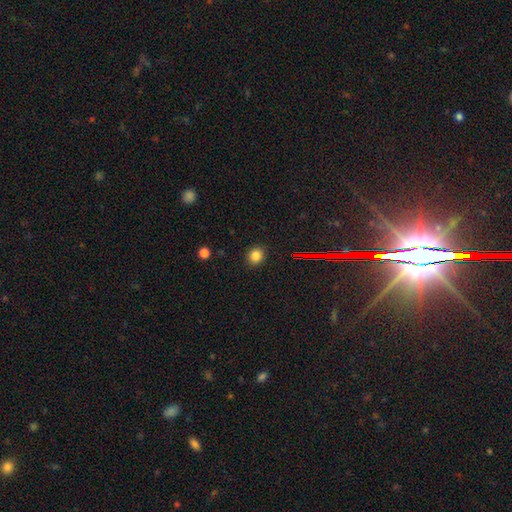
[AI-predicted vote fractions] smooth 81%, star or artifact 14%, featured or disk 5%. Down the decision tree: how rounded — round (81%); merging — none (90%).